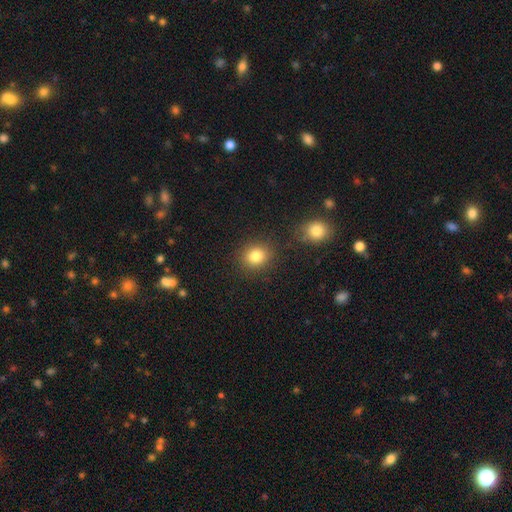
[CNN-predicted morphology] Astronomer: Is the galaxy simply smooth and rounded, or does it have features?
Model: smooth — 83%.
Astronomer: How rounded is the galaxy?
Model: round — 72%.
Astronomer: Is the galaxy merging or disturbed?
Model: none — 84%.